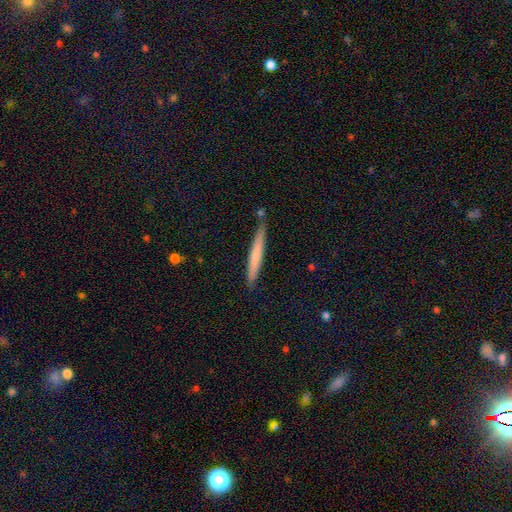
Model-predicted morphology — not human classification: Overall: smooth (63%; featured or disk 32%). How rounded: cigar-shaped (96%). Merging: none (84%).